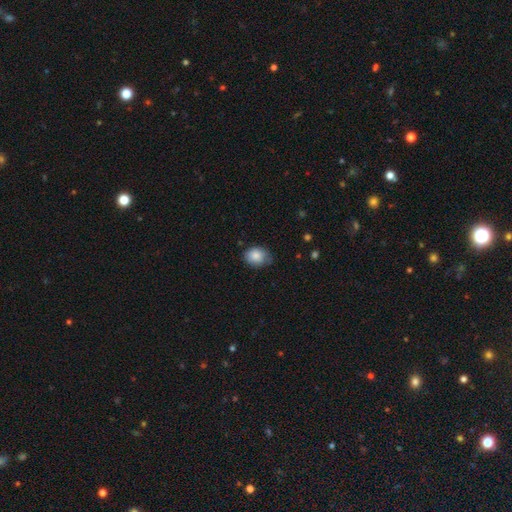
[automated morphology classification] Smooth or featured: smooth — 84% (star or artifact — 8%)
How rounded: round — 50% (in between — 49%)
Merging: none — 68% (minor disturbance — 27%)